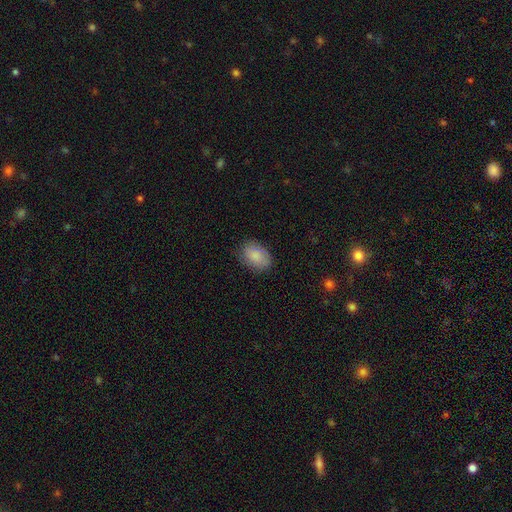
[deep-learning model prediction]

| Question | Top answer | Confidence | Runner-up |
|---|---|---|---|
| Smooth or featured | smooth | 84% | featured or disk (9%) |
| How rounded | in between | 86% | round (13%) |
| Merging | none | 79% | minor disturbance (16%) |